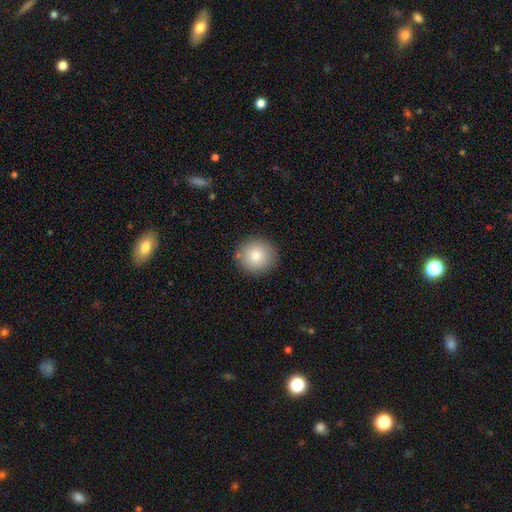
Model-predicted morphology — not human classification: smooth_or_featured: smooth (p=0.81) [alt: featured or disk p=0.10]
how_rounded: round (p=0.92) [alt: in between p=0.07]
merging: none (p=0.88) [alt: minor disturbance p=0.08]